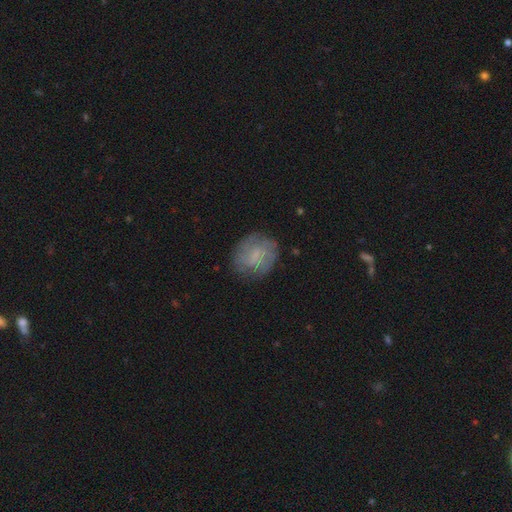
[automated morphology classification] smooth-or-featured: featured or disk: 46% | smooth: 45% | star or artifact: 9%
  merging: none: 74% | minor disturbance: 18% | major disturbance: 7% | merger: 1%